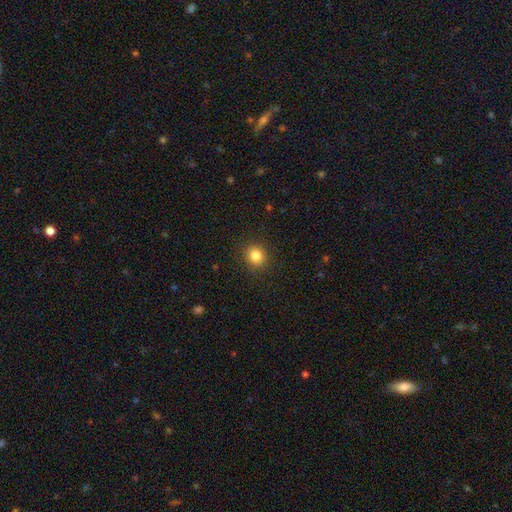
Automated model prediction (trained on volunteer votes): Overall: smooth (84%). How rounded: round (82%). Merging: none (89%).